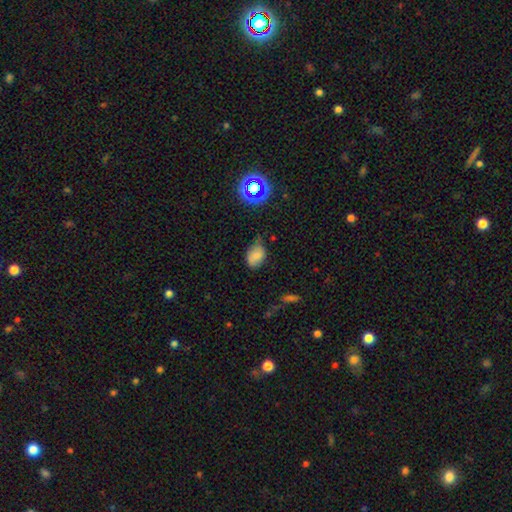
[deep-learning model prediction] A smooth galaxy with no disk features (75%) that is in between round and cigar-shaped (75%). Merging: none (61%).